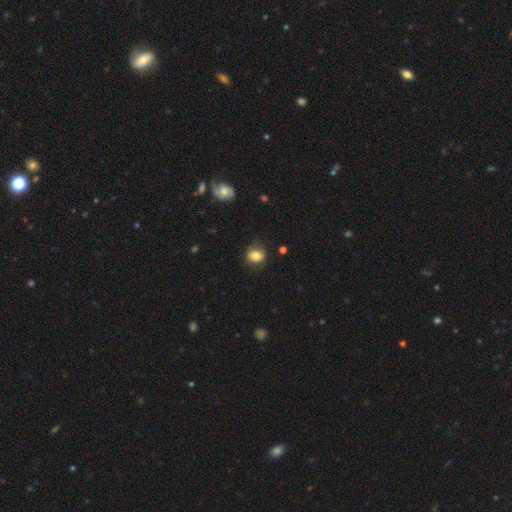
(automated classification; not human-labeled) Overall: smooth (76%). How rounded: round (57%; in between 42%). Merging: none (77%).